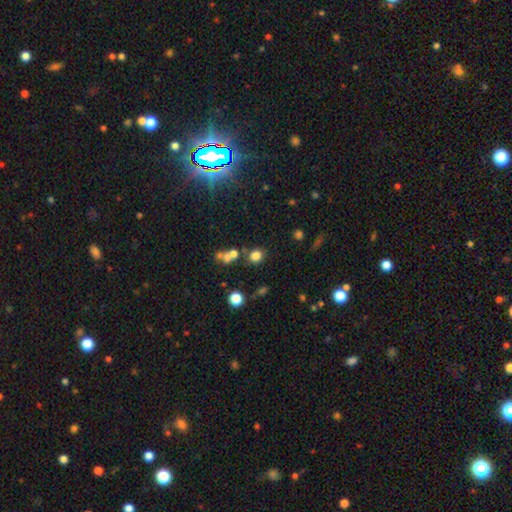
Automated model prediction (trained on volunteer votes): The model was most divided on "smooth or featured": smooth: 75%, star or artifact: 18%, featured or disk: 7%. More confident: how rounded — round (86%); merging — none (73%).